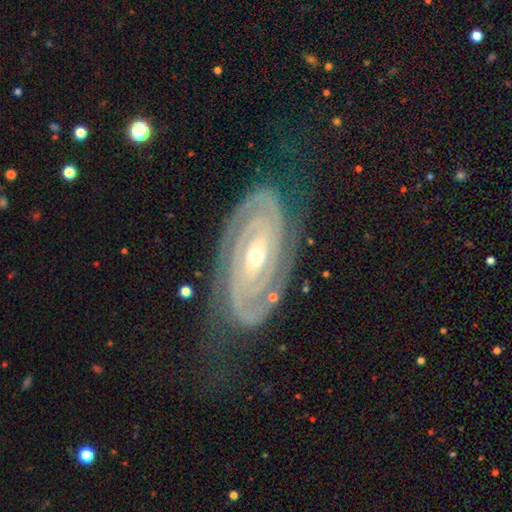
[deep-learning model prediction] The model was most divided on "bulge size": small: 56%, moderate: 41%, large: 1%, dominant: 1%, none: 1%. Remaining: spiral arms — yes (98%); edge-on disk — no (96%); smooth or featured — featured or disk (91%); spiral winding — tight (79%); merging — none (77%); spiral arm count — 2 (73%); bar — no (50%).